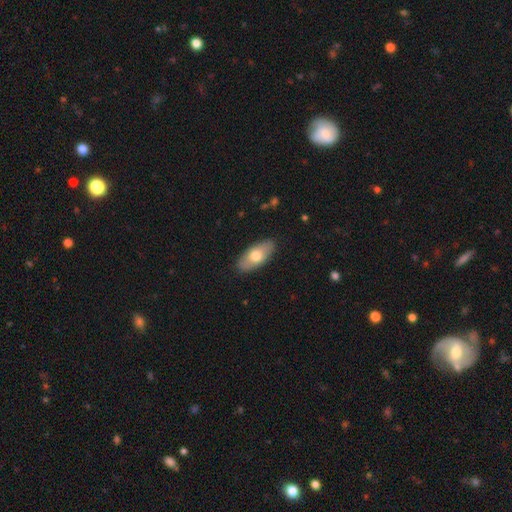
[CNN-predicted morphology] Smooth or featured: smooth — 68% (featured or disk — 27%)
How rounded: in between — 88% (cigar-shaped — 9%)
Merging: none — 88% (minor disturbance — 9%)